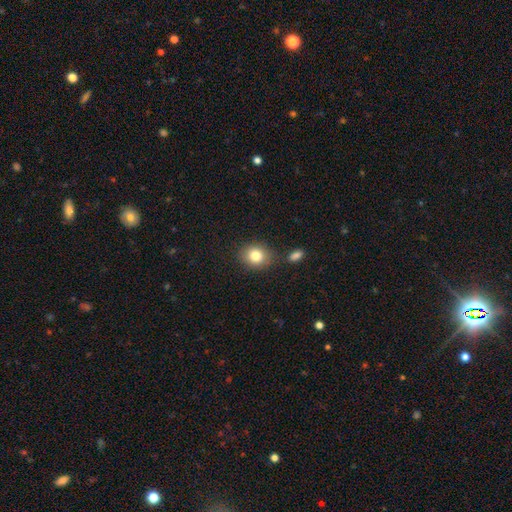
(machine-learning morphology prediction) A smooth galaxy with no disk features (81%) that is round (58%). Merging: none (79%).